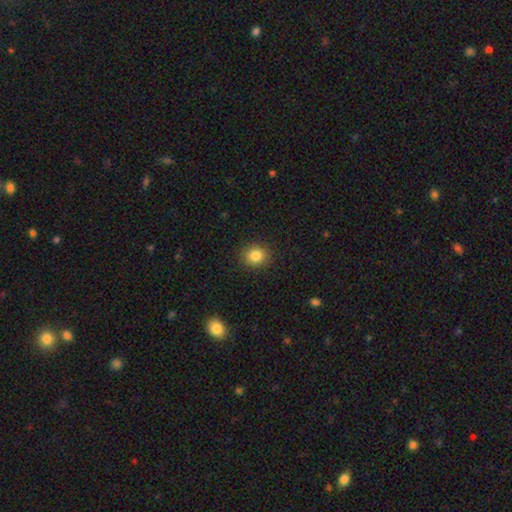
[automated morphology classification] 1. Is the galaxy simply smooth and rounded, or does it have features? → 84% smooth, 10% star or artifact, 5% featured or disk.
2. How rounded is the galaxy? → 79% round, 20% in between, 1% cigar-shaped.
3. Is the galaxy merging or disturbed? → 90% none, 7% minor disturbance, 2% major disturbance, 1% merger.